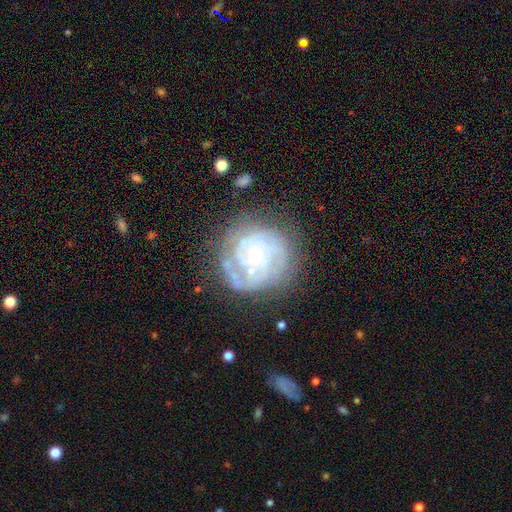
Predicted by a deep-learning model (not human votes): The model was most divided on "bulge size": moderate: 52%, small: 43%, large: 3%, none: 1%, dominant: 1%. Remaining: edge-on disk — no (98%); bar — no (81%); spiral arms — yes (80%); smooth or featured — featured or disk (79%); spiral winding — tight (70%); merging — none (66%); spiral arm count — can't tell (41%).